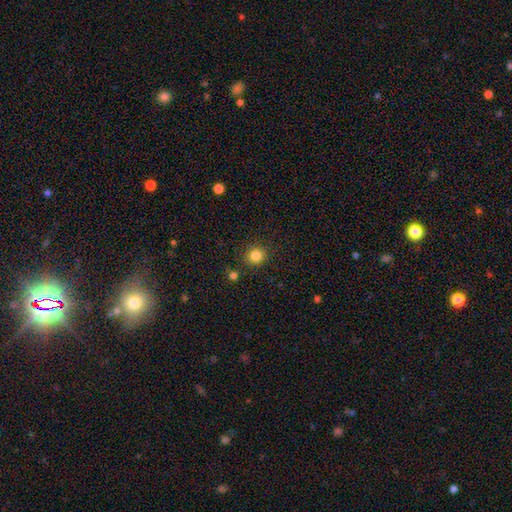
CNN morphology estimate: Smooth or featured? smooth (83%)
How rounded? round (89%)
Merging? none (87%)